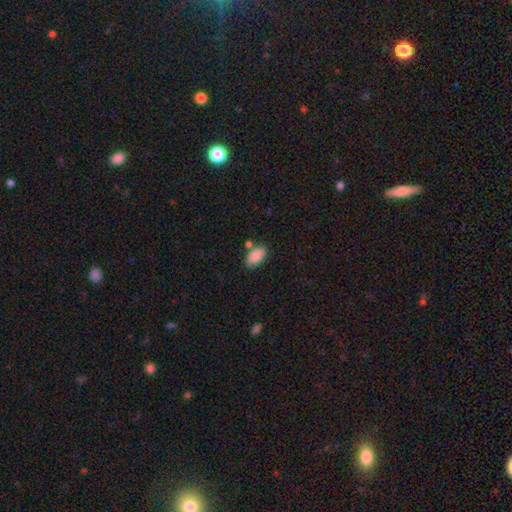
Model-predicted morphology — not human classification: smooth 87%, star or artifact 7%, featured or disk 6%. Down the decision tree: how rounded — in between (94%); merging — none (72%).